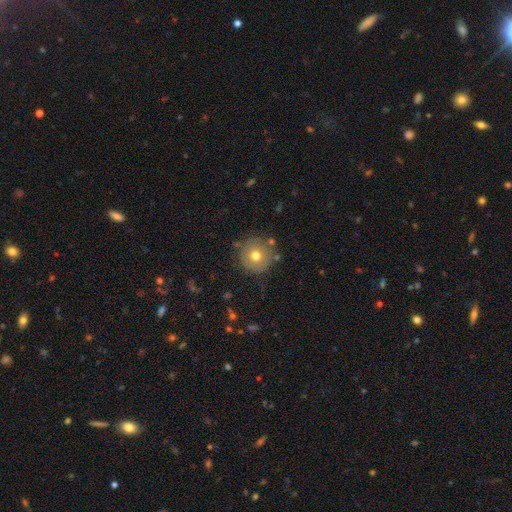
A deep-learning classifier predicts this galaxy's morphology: smooth 70%, featured or disk 19%, star or artifact 12%. Down the decision tree: how rounded — round (95%); merging — none (83%).